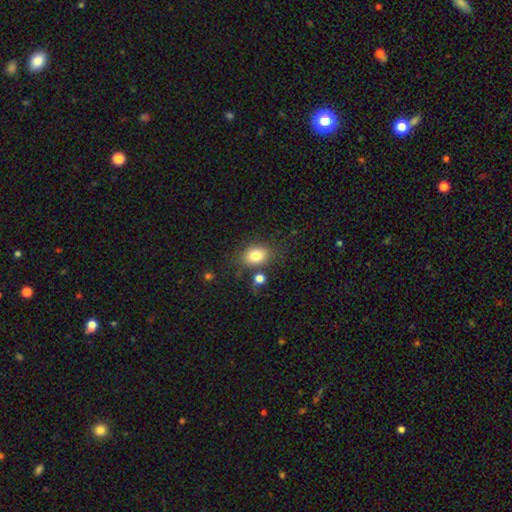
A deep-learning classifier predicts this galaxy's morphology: smooth_or_featured: smooth (p=0.80) [alt: star or artifact p=0.10]
how_rounded: in between (p=0.64) [alt: round p=0.35]
merging: none (p=0.73) [alt: minor disturbance p=0.13]